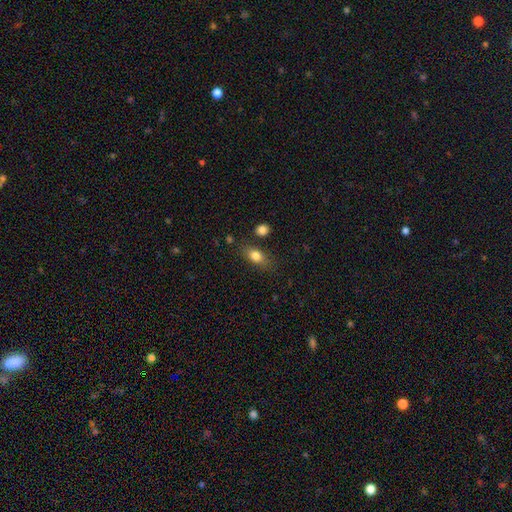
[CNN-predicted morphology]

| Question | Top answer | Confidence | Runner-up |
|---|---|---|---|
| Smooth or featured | smooth | 81% | featured or disk (10%) |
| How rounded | in between | 78% | round (14%) |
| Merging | none | 73% | minor disturbance (16%) |